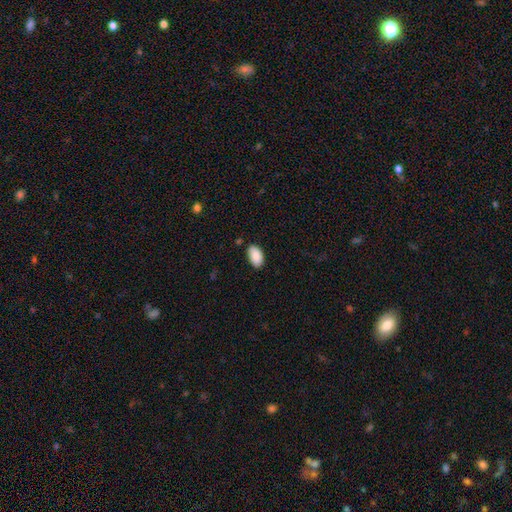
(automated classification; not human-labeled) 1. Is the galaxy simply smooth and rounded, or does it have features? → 90% smooth, 6% star or artifact, 4% featured or disk.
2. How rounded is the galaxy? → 95% in between, 3% round, 1% cigar-shaped.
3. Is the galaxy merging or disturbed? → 85% none, 11% minor disturbance, 2% major disturbance, 1% merger.